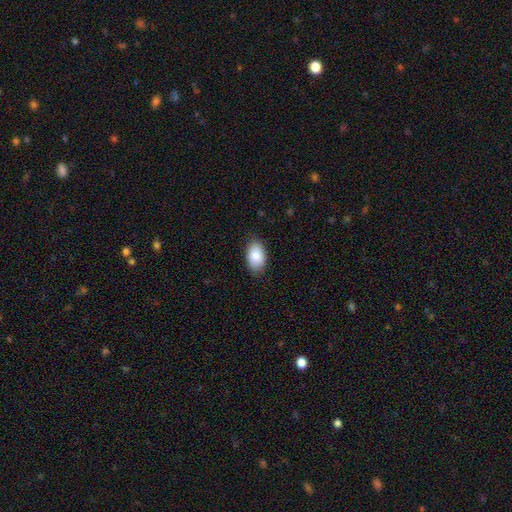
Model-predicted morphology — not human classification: A smooth galaxy with no disk features (88%) that is in between round and cigar-shaped (93%). Merging: none (84%).